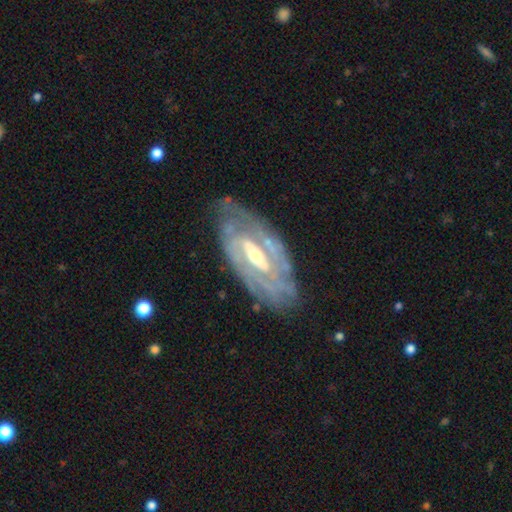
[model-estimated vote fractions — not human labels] Smooth or featured: featured or disk — 87% (smooth — 8%)
Edge-on disk: no — 90% (yes — 10%)
Bar: strong — 45% (weak — 36%)
Spiral arms: yes — 89% (no — 11%)
Spiral winding: tight — 64% (medium — 28%)
Spiral arm count: 2 — 45% (can't tell — 32%)
Bulge size: moderate — 55% (small — 38%)
Merging: none — 72% (minor disturbance — 19%)